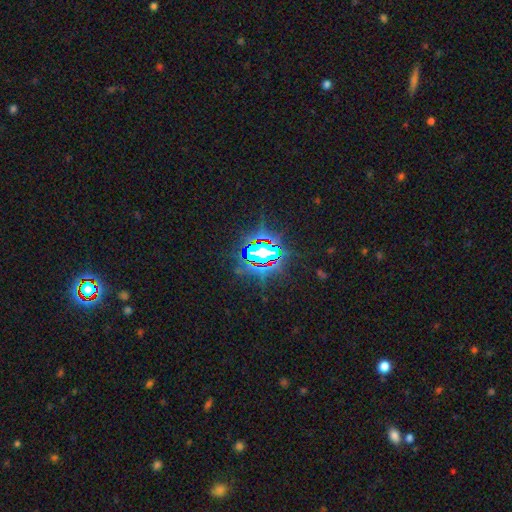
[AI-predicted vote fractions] Morphology: type=star or artifact (82%).